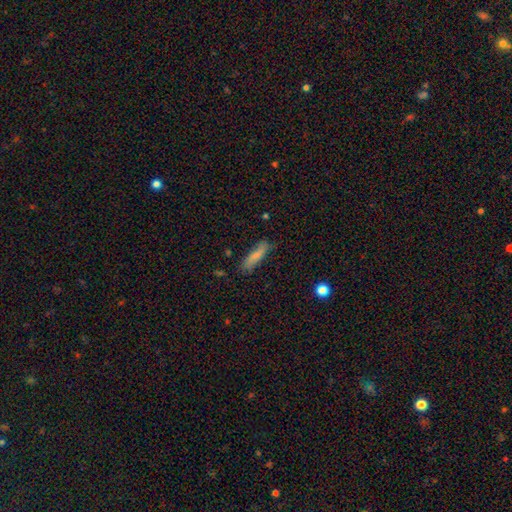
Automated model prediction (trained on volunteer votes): Morphology: type=smooth (76%); roundness=cigar-shaped (72%); merging=none (76%).